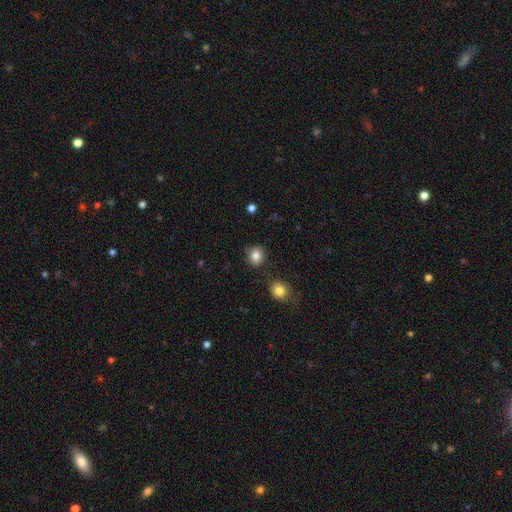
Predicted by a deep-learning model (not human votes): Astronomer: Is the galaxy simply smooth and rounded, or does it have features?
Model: smooth — 84%.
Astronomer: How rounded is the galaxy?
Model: round — 79%.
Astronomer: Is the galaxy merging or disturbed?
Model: none — 81%.